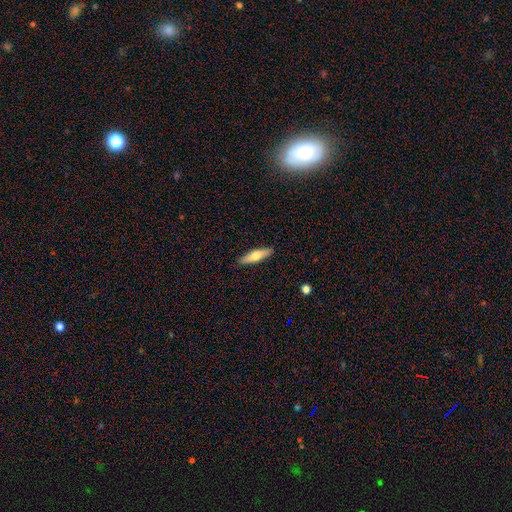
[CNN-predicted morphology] The model was most divided on "smooth or featured": smooth: 56%, featured or disk: 38%, star or artifact: 6%. More confident: merging — none (89%); how rounded — cigar-shaped (74%).